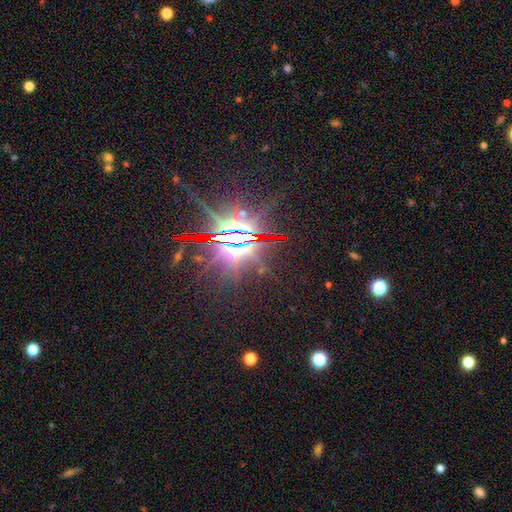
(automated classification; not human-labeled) smooth-or-featured: star or artifact: 81% | featured or disk: 12% | smooth: 6%